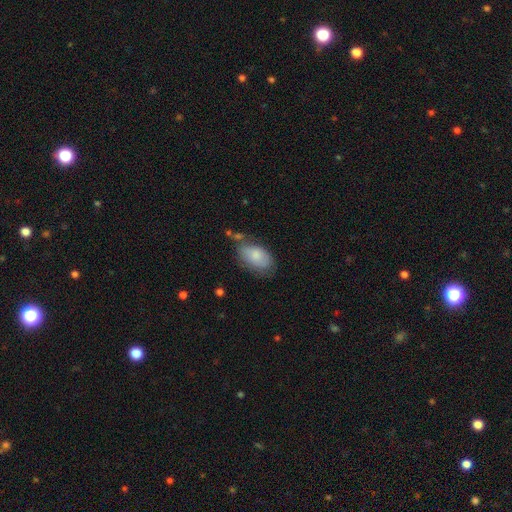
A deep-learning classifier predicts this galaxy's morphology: Smooth or featured? Predicted: smooth (p=0.79). How rounded? Predicted: in between (p=0.93). Merging? Predicted: none (p=0.58).